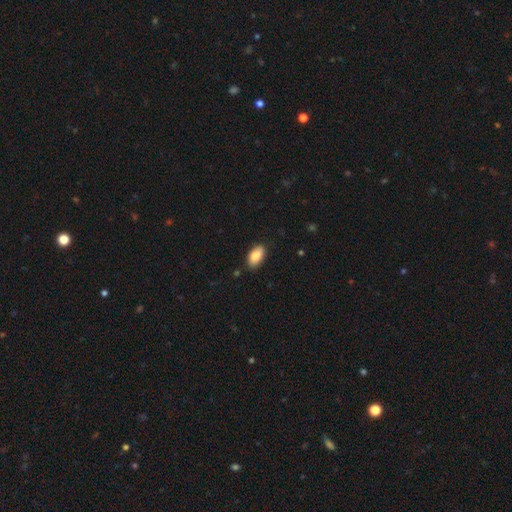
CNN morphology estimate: smooth 88%, star or artifact 7%, featured or disk 6%. Down the decision tree: how rounded — in between (93%); merging — none (85%).